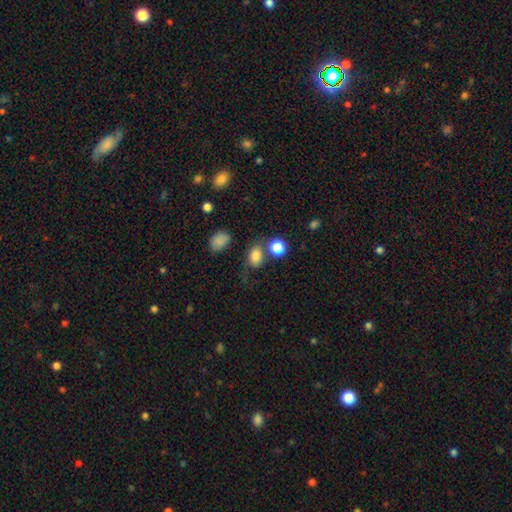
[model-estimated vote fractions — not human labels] smooth 81%, star or artifact 12%, featured or disk 7%. Down the decision tree: how rounded — in between (63%); merging — none (59%).